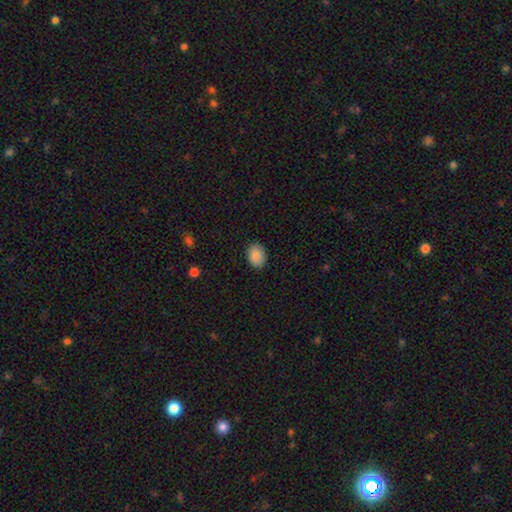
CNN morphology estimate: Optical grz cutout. It shows a smooth galaxy with no disk features (87%) that is in between round and cigar-shaped (75%). Merging: none (88%).